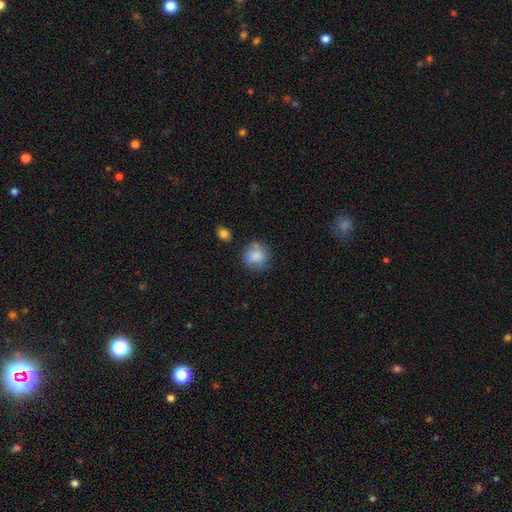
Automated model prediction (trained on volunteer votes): A smooth galaxy with no disk features (81%) that is round (88%). Merging: none (69%).